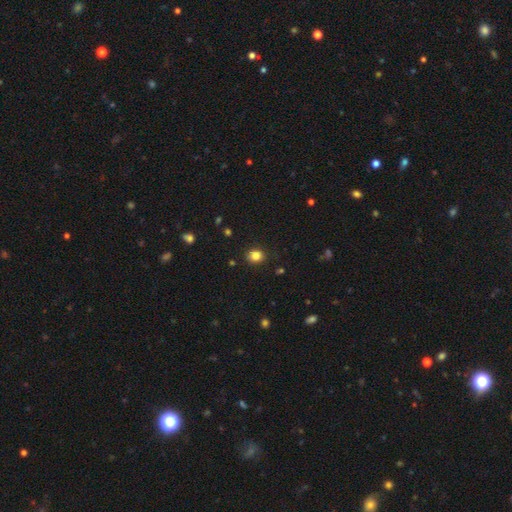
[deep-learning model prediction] smooth-or-featured: smooth: 84% | star or artifact: 11% | featured or disk: 5%
  how-rounded: round: 57% | in between: 42% | cigar-shaped: 1%
  merging: none: 88% | minor disturbance: 9% | major disturbance: 2% | merger: 1%